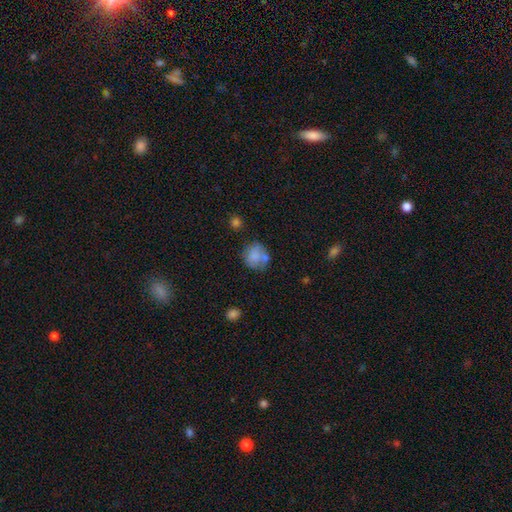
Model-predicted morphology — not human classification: Smooth or featured?
  - smooth: 75% *
  - featured or disk: 15%
  - star or artifact: 9%
How rounded?
  - round: 71% *
  - in between: 28%
  - cigar-shaped: 1%
Merging?
  - none: 48% *
  - minor disturbance: 21%
  - merger: 21%
  - major disturbance: 10%